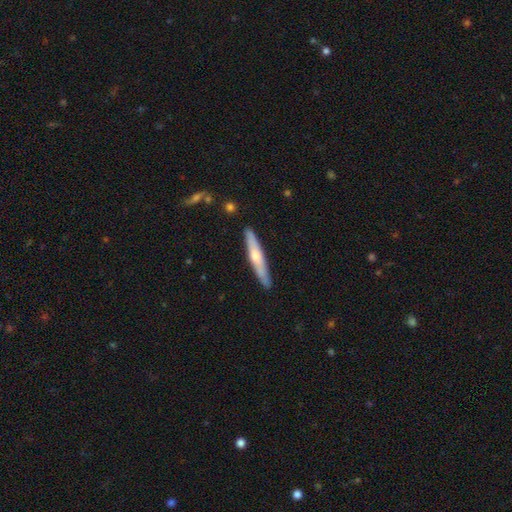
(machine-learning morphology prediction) The model was most divided on "smooth or featured": featured or disk: 55%, smooth: 38%, star or artifact: 6%. More confident: edge-on disk — yes (91%); merging — none (89%); edge-on bulge — rounded (82%).